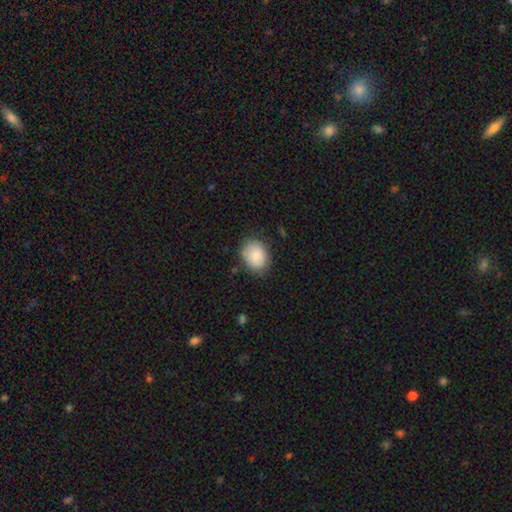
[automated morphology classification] smooth-or-featured: smooth: 88% | star or artifact: 7% | featured or disk: 5%
  how-rounded: in between: 62% | round: 37% | cigar-shaped: 1%
  merging: none: 80% | minor disturbance: 15% | major disturbance: 4% | merger: 1%